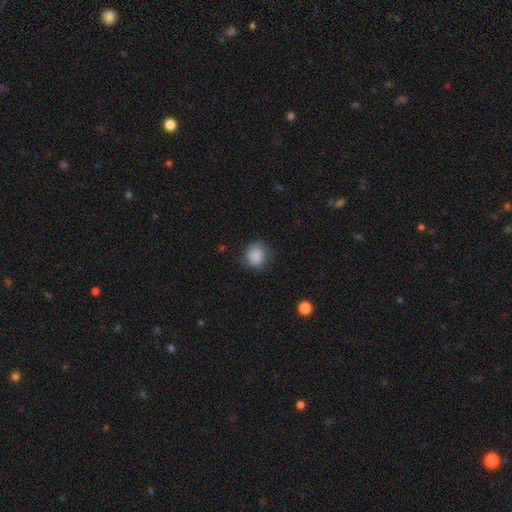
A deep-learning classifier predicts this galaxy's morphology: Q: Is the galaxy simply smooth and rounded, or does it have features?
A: smooth — 86%.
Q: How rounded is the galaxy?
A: round — 74%.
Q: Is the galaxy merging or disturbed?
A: none — 71%.